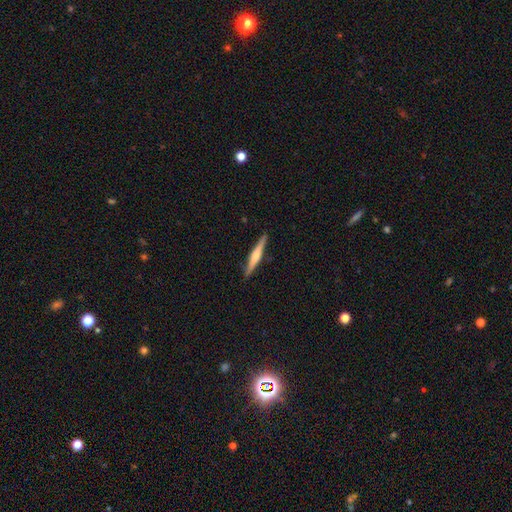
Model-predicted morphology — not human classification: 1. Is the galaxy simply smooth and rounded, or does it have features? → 58% featured or disk, 37% smooth, 5% star or artifact.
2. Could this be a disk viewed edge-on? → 98% yes, 2% no.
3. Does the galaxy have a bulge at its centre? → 70% rounded, 17% boxy, 12% none.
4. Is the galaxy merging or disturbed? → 91% none, 7% minor disturbance, 1% major disturbance, 1% merger.